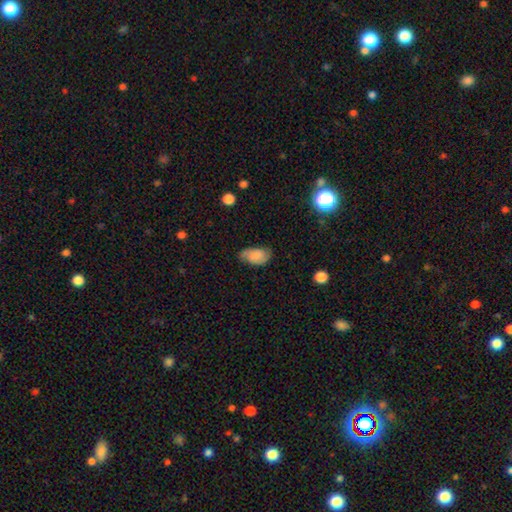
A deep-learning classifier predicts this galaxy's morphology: Smooth or featured? Predicted: smooth (p=0.66). How rounded? Predicted: in between (p=0.93). Merging? Predicted: none (p=0.66).